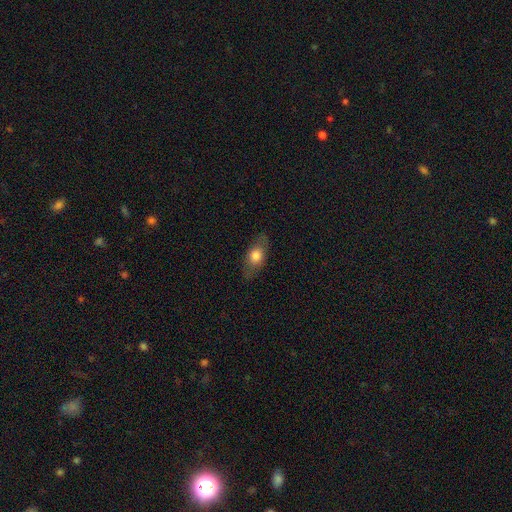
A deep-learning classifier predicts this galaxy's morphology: A smooth galaxy with no disk features (66%) that is in between round and cigar-shaped (79%). Merging: none (80%).